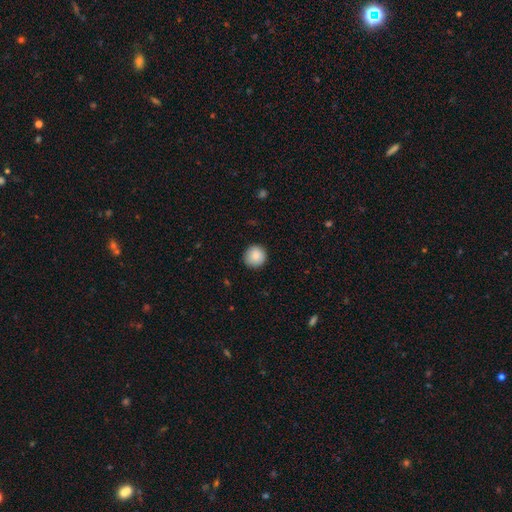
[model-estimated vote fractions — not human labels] Smooth or featured?
  - smooth: 87% *
  - star or artifact: 8%
  - featured or disk: 5%
How rounded?
  - round: 95% *
  - in between: 4%
  - cigar-shaped: 1%
Merging?
  - none: 90% *
  - minor disturbance: 7%
  - major disturbance: 2%
  - merger: 1%